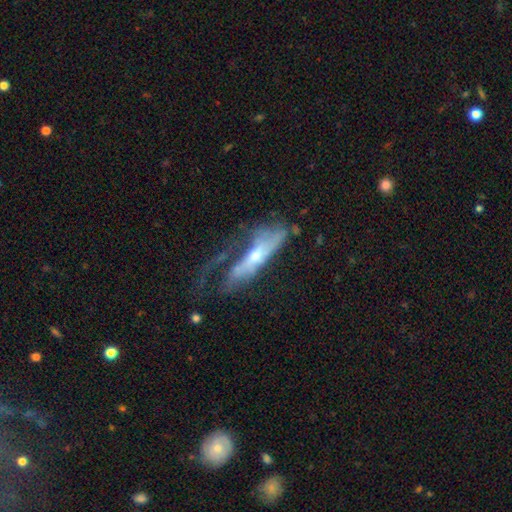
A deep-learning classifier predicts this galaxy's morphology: Smooth or featured?
  - featured or disk: 59% *
  - smooth: 34%
  - star or artifact: 7%
Edge-on disk?
  - no: 53% *
  - yes: 47%
Merging?
  - major disturbance: 50% *
  - none: 25%
  - minor disturbance: 21%
  - merger: 5%